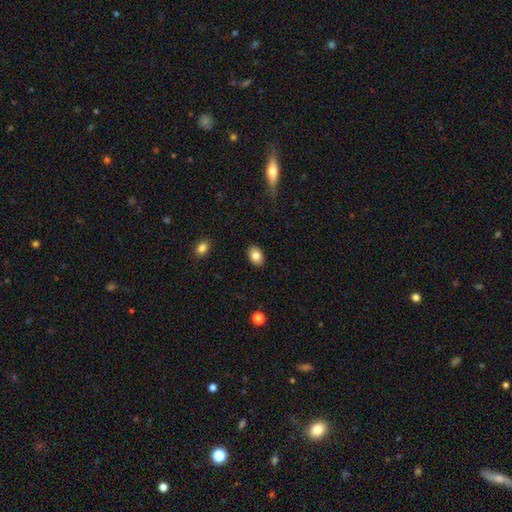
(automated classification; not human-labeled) Smooth or featured? Predicted: smooth (p=0.82). How rounded? Predicted: in between (p=0.84). Merging? Predicted: none (p=0.88).